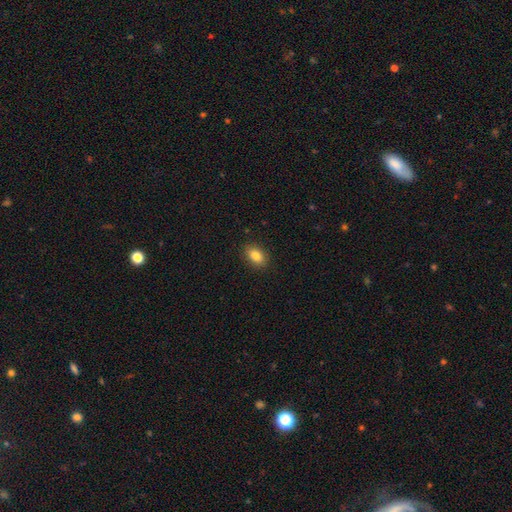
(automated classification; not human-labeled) smooth 85%, star or artifact 8%, featured or disk 7%. Down the decision tree: how rounded — in between (84%); merging — none (89%).